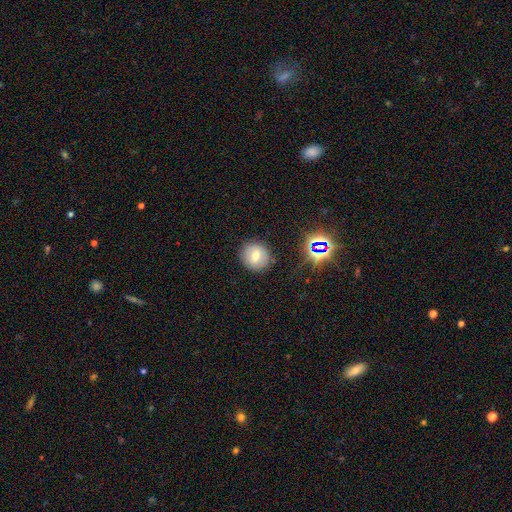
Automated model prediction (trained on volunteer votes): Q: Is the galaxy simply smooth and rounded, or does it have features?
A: smooth — 62%.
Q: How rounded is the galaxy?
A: round — 85%.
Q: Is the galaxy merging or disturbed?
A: none — 87%.